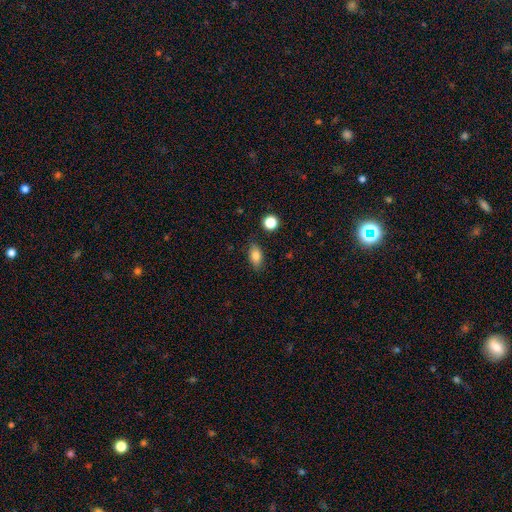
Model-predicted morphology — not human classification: The model was most divided on "smooth or featured": smooth: 80%, featured or disk: 11%, star or artifact: 9%. More confident: how rounded — in between (85%); merging — none (83%).